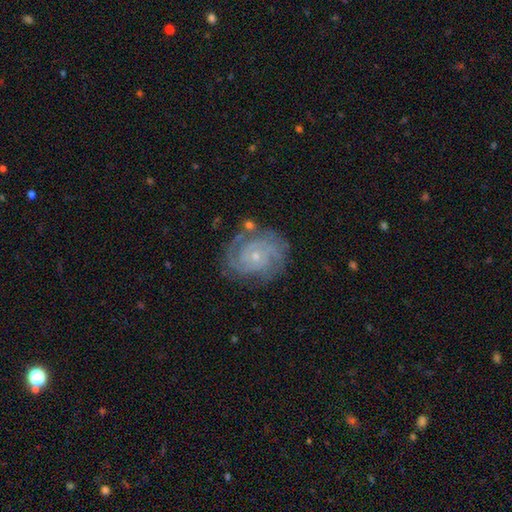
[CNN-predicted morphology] Smooth or featured: featured or disk — 87% (star or artifact — 7%)
Edge-on disk: no — 98% (yes — 2%)
Bar: no — 73% (weak — 22%)
Spiral arms: yes — 98% (no — 2%)
Spiral winding: tight — 75% (medium — 22%)
Spiral arm count: 2 — 40% (3 — 23%)
Bulge size: small — 80% (moderate — 16%)
Merging: none — 76% (minor disturbance — 16%)